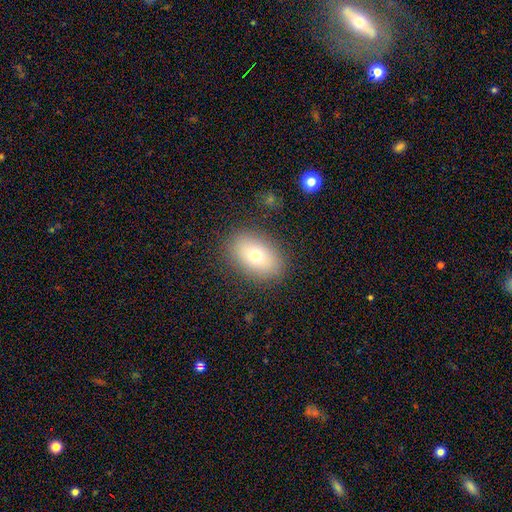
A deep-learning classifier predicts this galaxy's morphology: Smooth or featured? smooth (73%)
How rounded? in between (85%)
Merging? none (86%)